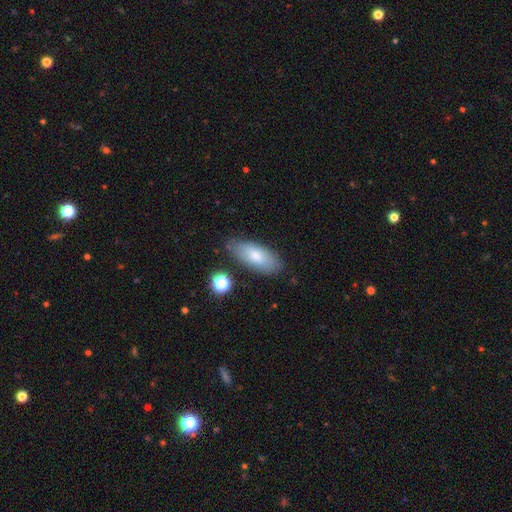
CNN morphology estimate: This is likely a smooth galaxy (76%). How rounded: clearly in between (83%). Merging: likely none (77%).